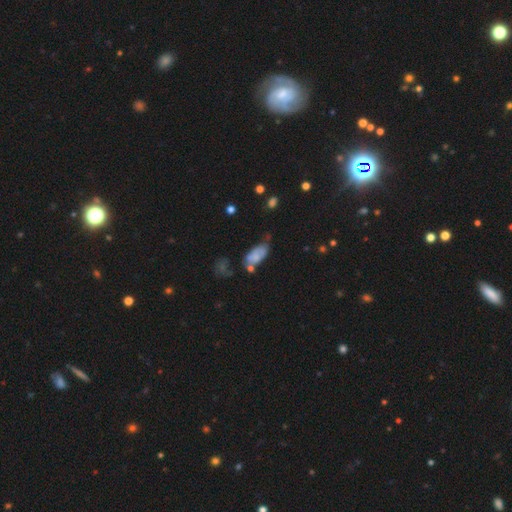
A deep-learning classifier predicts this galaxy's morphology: This is likely a smooth galaxy (66%). How rounded: clearly in between (90%). Merging: marginally minor disturbance (31%).